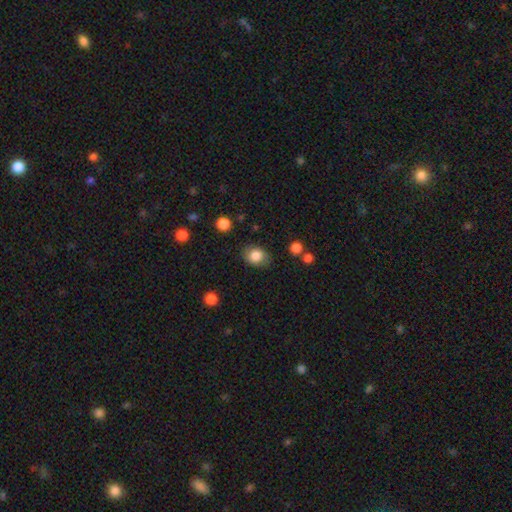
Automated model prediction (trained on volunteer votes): Overall: smooth (84%). How rounded: in between (51%; round 49%). Merging: none (79%).